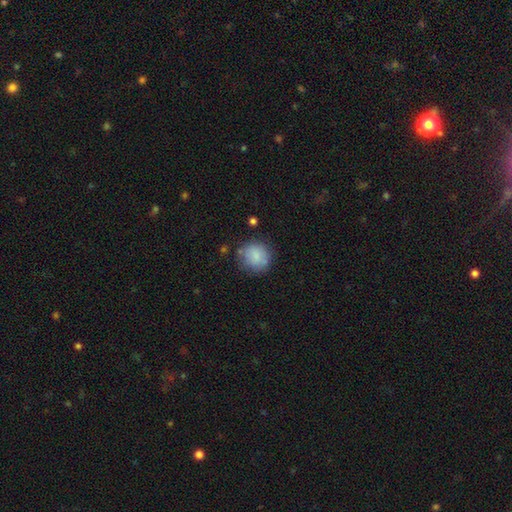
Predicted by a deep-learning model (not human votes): This is clearly a smooth galaxy (82%). How rounded: clearly round (87%). Merging: likely none (73%).